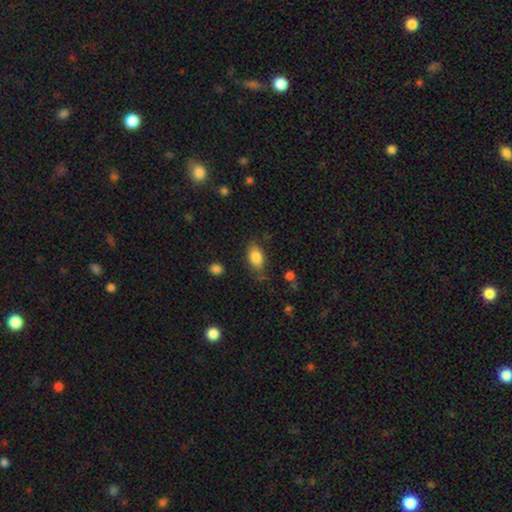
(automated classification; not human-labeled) Smooth or featured? smooth (84%)
How rounded? in between (89%)
Merging? none (73%)